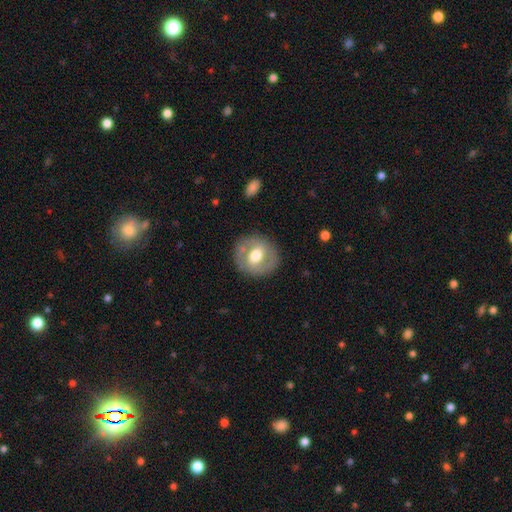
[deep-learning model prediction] A featured or disk galaxy (48%).

Vote fractions:
- Smooth or featured? featured or disk: 48% / smooth: 46% / star or artifact: 6%
- Merging? none: 83% / minor disturbance: 11% / major disturbance: 5% / merger: 2%